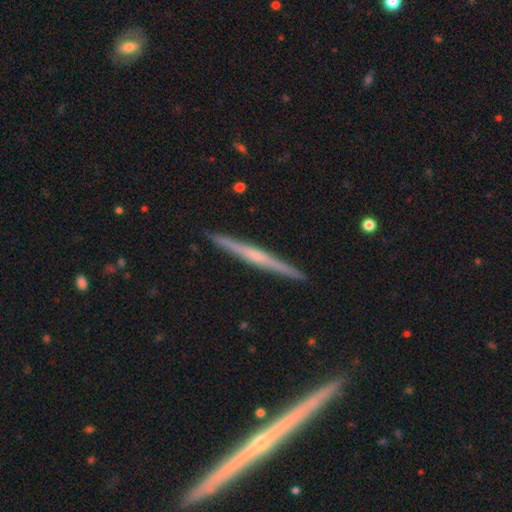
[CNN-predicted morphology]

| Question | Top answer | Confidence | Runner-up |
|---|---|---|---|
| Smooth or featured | featured or disk | 70% | smooth (25%) |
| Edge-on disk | yes | 98% | no (2%) |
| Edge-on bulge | rounded | 47% | none (43%) |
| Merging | none | 92% | minor disturbance (5%) |